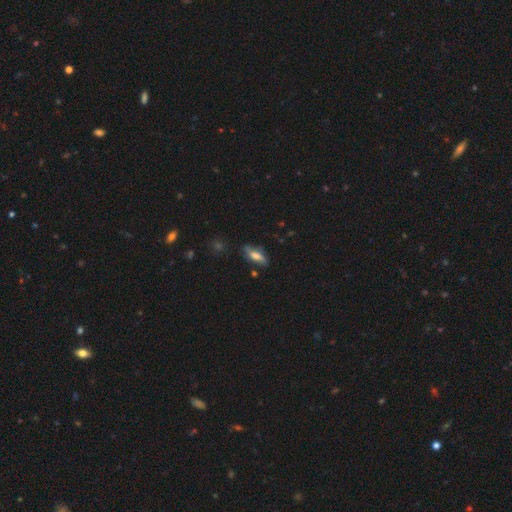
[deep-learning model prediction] smooth-or-featured: smooth: 60% | featured or disk: 32% | star or artifact: 8%
  how-rounded: in between: 54% | cigar-shaped: 43% | round: 3%
  merging: none: 69% | minor disturbance: 22% | major disturbance: 6% | merger: 3%